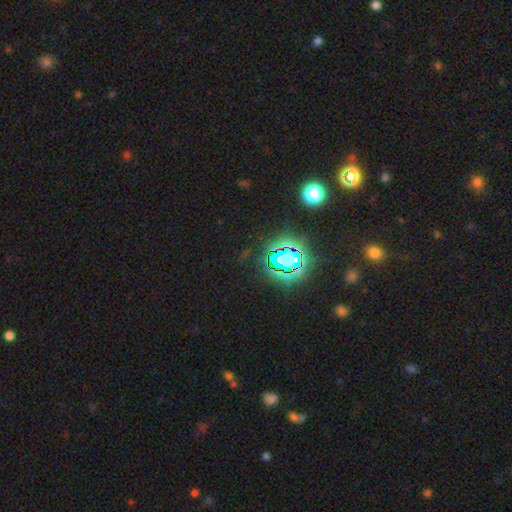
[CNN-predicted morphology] Q: Smooth or featured?
A: star or artifact (80%); runner-up: smooth (13%)